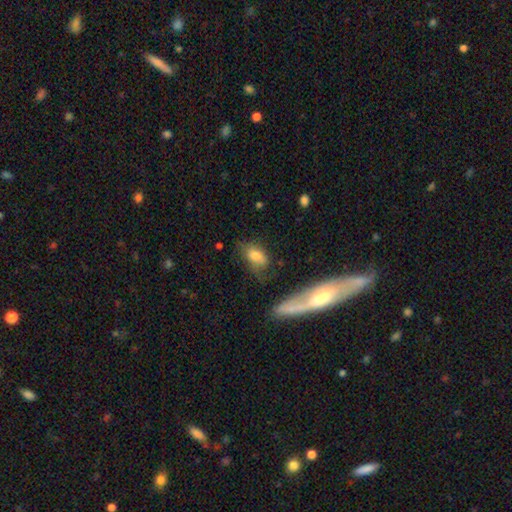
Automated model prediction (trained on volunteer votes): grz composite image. It shows a smooth galaxy with no disk features (72%) that is in between round and cigar-shaped (87%). Merging: none (45%).